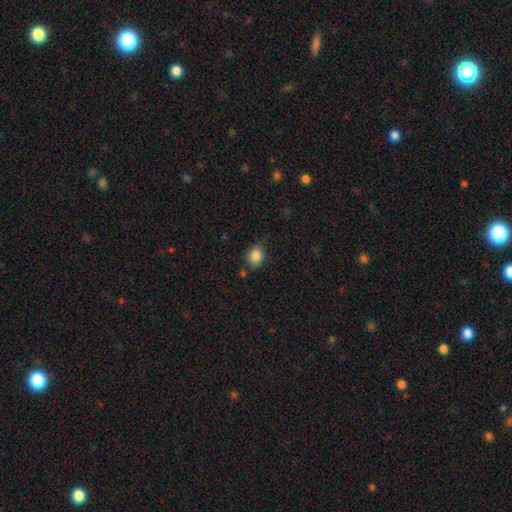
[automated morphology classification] Smooth or featured: smooth — 86% (star or artifact — 9%)
How rounded: round — 51% (in between — 48%)
Merging: none — 68% (minor disturbance — 23%)